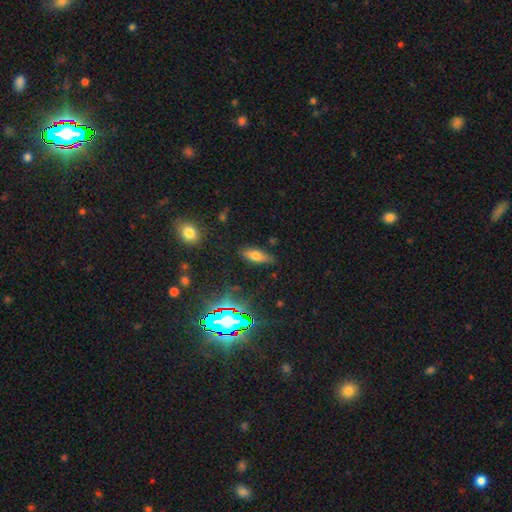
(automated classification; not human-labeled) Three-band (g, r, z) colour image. It shows a smooth galaxy with no disk features (63%) that is in between round and cigar-shaped (70%). Merging: none (80%).